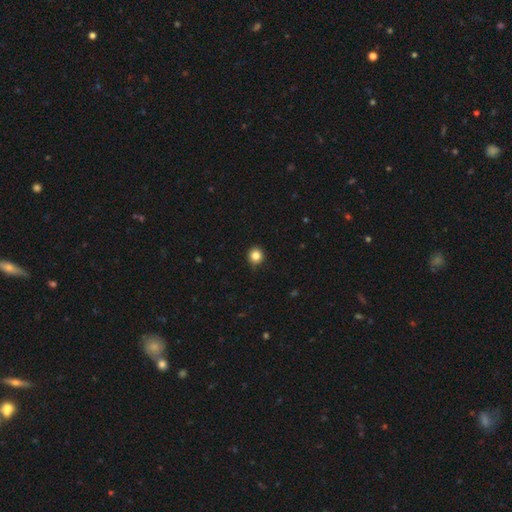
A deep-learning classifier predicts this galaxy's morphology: type=smooth (83%); roundness=round (91%); merging=none (87%).